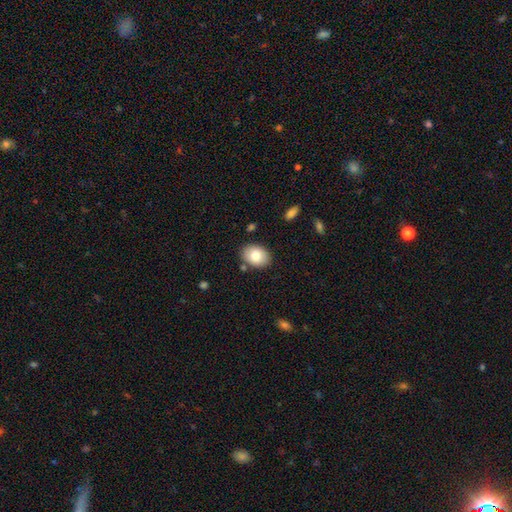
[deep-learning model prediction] This appears to be a smooth galaxy with no disk features (82%) that is in between round and cigar-shaped (77%). Merging: none (84%).